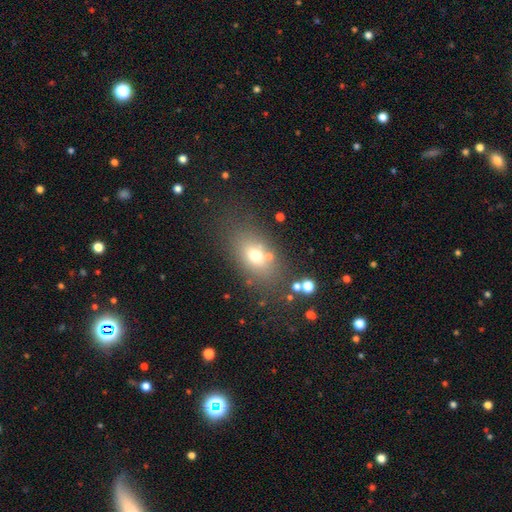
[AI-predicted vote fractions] Morphology: type=smooth (67%); roundness=in between (75%); merging=none (71%).